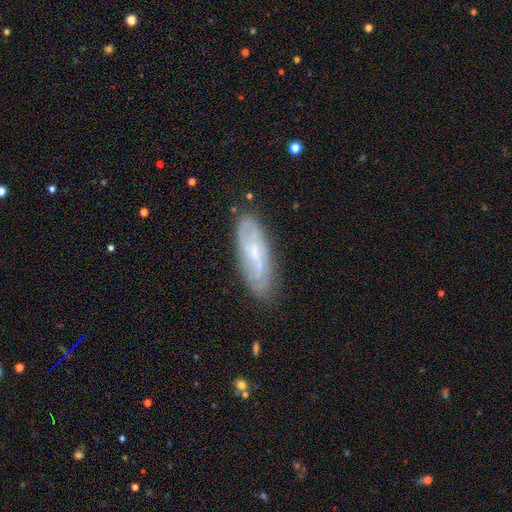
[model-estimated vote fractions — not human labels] A featured or disk galaxy (62%).

Vote fractions:
- Smooth or featured? featured or disk: 62% / smooth: 30% / star or artifact: 8%
- Edge-on disk? no: 80% / yes: 20%
- Merging? none: 79% / minor disturbance: 15% / major disturbance: 4% / merger: 2%